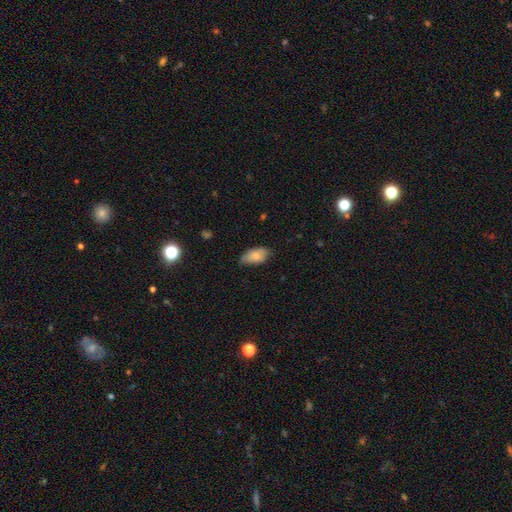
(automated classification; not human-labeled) Smooth or featured?
  - smooth: 79% *
  - featured or disk: 14%
  - star or artifact: 7%
How rounded?
  - in between: 93% *
  - cigar-shaped: 4%
  - round: 3%
Merging?
  - none: 65% *
  - minor disturbance: 29%
  - major disturbance: 5%
  - merger: 1%